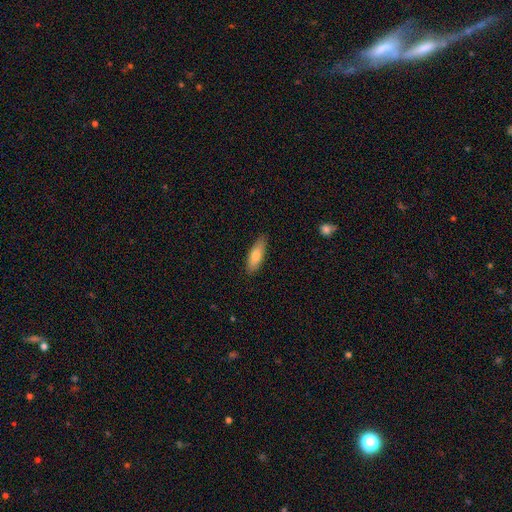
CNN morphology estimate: Smooth or featured?
  - smooth: 75% *
  - featured or disk: 19%
  - star or artifact: 6%
How rounded?
  - in between: 55% *
  - cigar-shaped: 43%
  - round: 2%
Merging?
  - none: 86% *
  - minor disturbance: 11%
  - major disturbance: 2%
  - merger: 1%